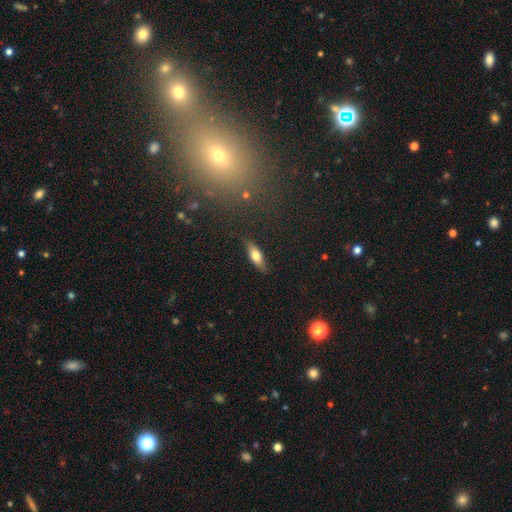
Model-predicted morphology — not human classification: Smooth or featured: smooth — 67% (featured or disk — 26%)
How rounded: in between — 61% (cigar-shaped — 36%)
Merging: none — 83% (minor disturbance — 13%)